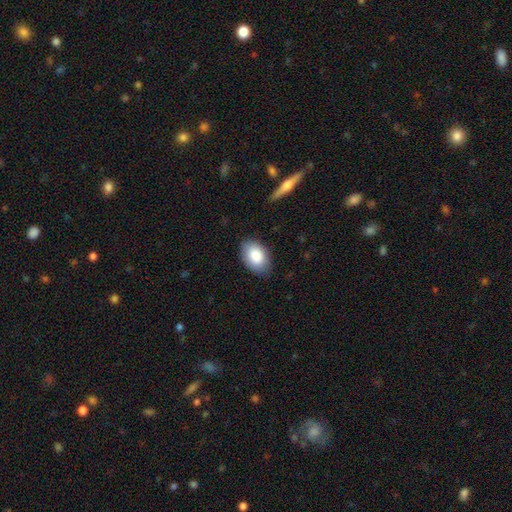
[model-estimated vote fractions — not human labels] smooth 85%, featured or disk 8%, star or artifact 6%. Down the decision tree: how rounded — in between (90%); merging — none (82%).